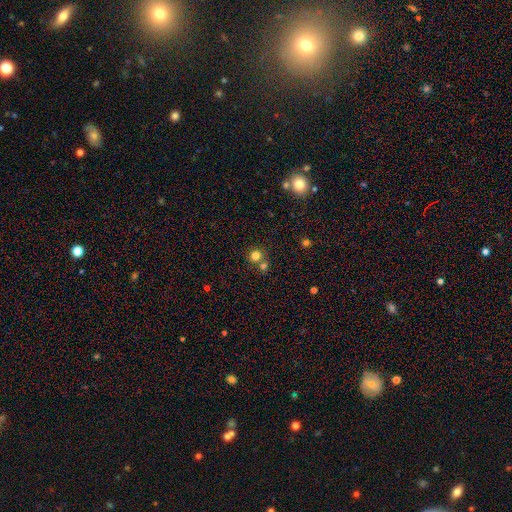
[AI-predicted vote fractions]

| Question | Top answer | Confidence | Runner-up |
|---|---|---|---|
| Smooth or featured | smooth | 79% | star or artifact (14%) |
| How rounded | round | 90% | in between (9%) |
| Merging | none | 64% | merger (27%) |